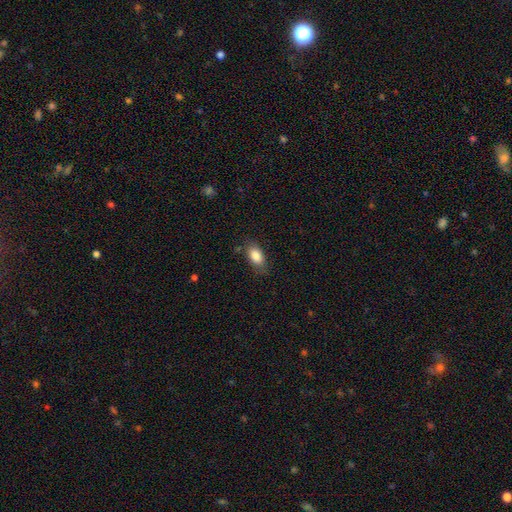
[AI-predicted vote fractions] Morphology: type=smooth (86%); roundness=in between (89%); merging=none (78%).